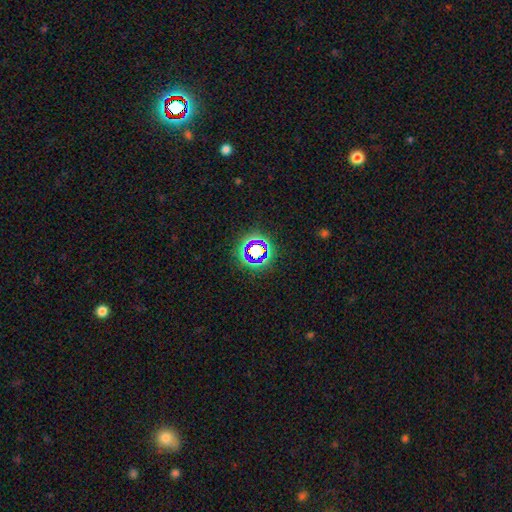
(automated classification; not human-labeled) Smooth or featured? Predicted: star or artifact (p=0.72).